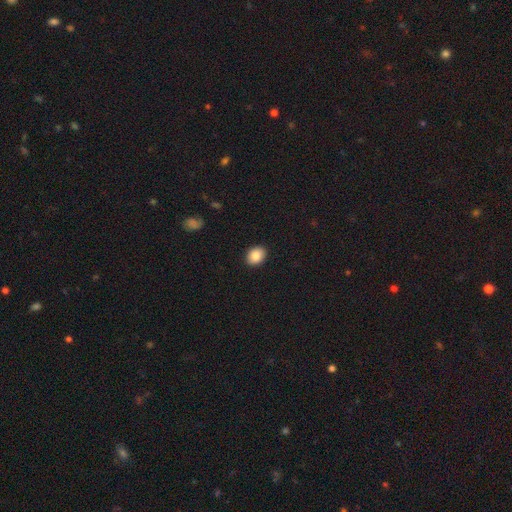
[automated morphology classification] A smooth galaxy with no disk features (88%) that is in between round and cigar-shaped (61%).

Vote fractions:
- Smooth or featured? smooth: 88% / star or artifact: 8% / featured or disk: 4%
- How rounded? in between: 61% / round: 38% / cigar-shaped: 1%
- Merging? none: 91% / minor disturbance: 6% / major disturbance: 2% / merger: 1%